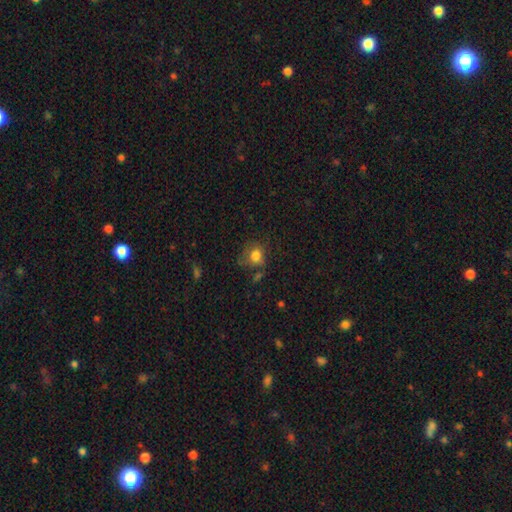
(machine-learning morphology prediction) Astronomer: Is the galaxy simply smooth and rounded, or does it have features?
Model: smooth — 75%.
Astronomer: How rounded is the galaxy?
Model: round — 66%.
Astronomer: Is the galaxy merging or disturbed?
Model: none — 50% (runner-up: minor disturbance, 26%).